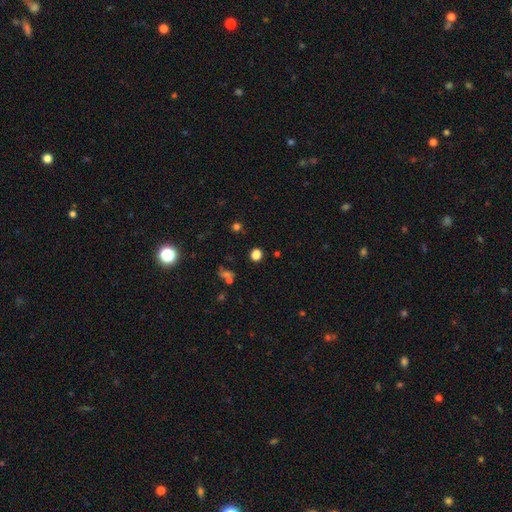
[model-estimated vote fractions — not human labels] Morphology: type=smooth (67%); roundness=round (77%); merging=none (83%).